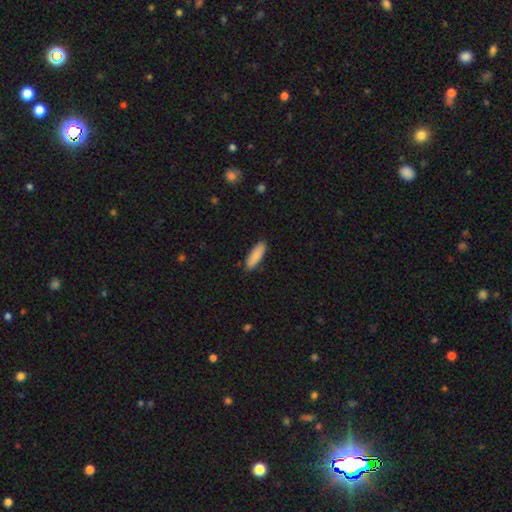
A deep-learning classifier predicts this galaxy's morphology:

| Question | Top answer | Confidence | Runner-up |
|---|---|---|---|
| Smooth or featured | smooth | 87% | featured or disk (7%) |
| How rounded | in between | 51% | cigar-shaped (47%) |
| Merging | none | 87% | minor disturbance (11%) |